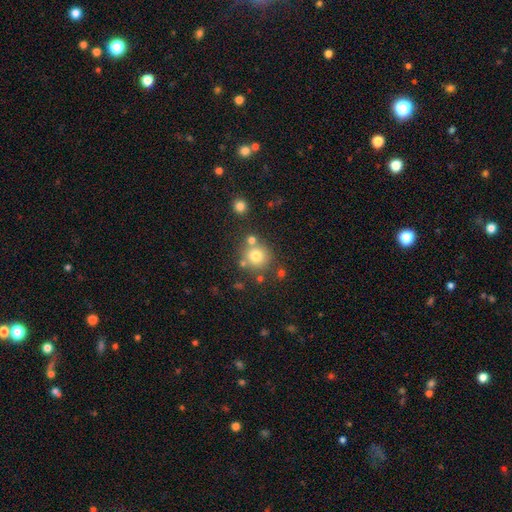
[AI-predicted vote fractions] Q: Smooth or featured?
A: smooth (74%); runner-up: star or artifact (14%)
Q: How rounded?
A: round (91%); runner-up: in between (8%)
Q: Merging?
A: none (70%); runner-up: merger (16%)